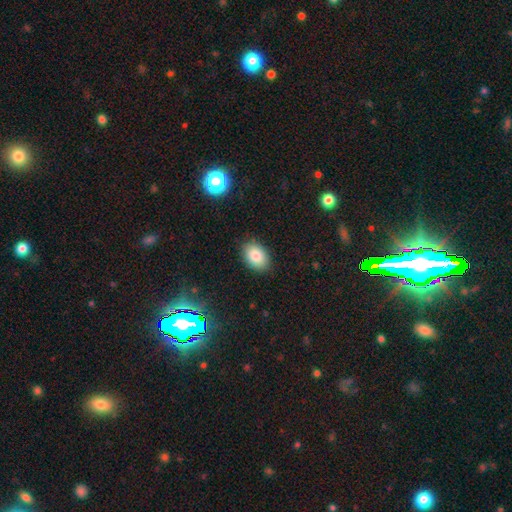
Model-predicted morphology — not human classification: A smooth galaxy with no disk features (85%) that is in between round and cigar-shaped (83%). Merging: none (87%).